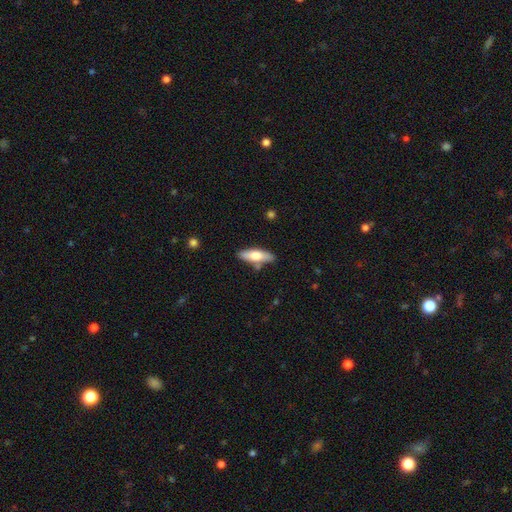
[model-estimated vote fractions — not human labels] Smooth or featured? Predicted: smooth (p=0.63). How rounded? Predicted: in between (p=0.51). Merging? Predicted: none (p=0.77).